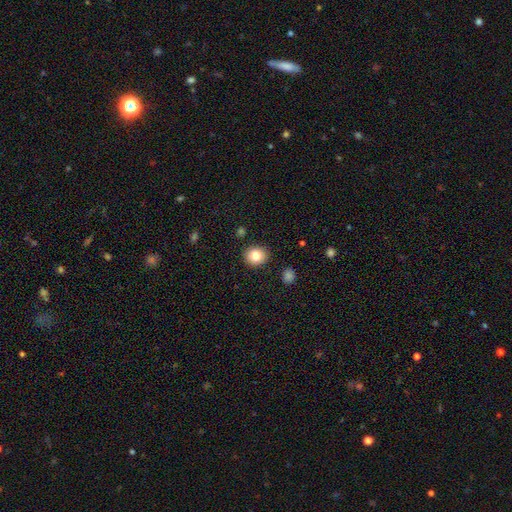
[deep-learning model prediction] This is clearly a smooth galaxy (83%). How rounded: likely round (80%). Merging: clearly none (90%).